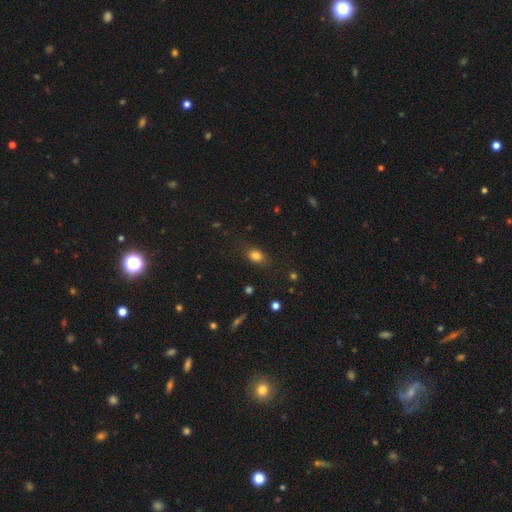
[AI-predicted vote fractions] The model was most divided on "how rounded": in between: 65%, round: 33%, cigar-shaped: 2%. More confident: smooth or featured — smooth (82%); merging — none (79%).